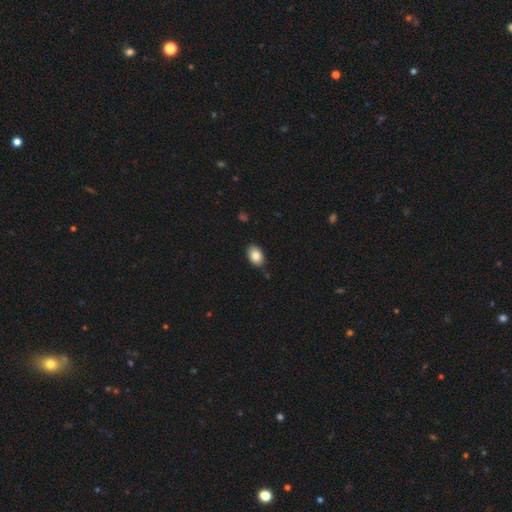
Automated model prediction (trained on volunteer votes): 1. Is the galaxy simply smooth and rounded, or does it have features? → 86% smooth, 7% star or artifact, 6% featured or disk.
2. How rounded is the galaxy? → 87% in between, 12% round, 1% cigar-shaped.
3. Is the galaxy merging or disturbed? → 83% none, 13% minor disturbance, 2% major disturbance, 2% merger.